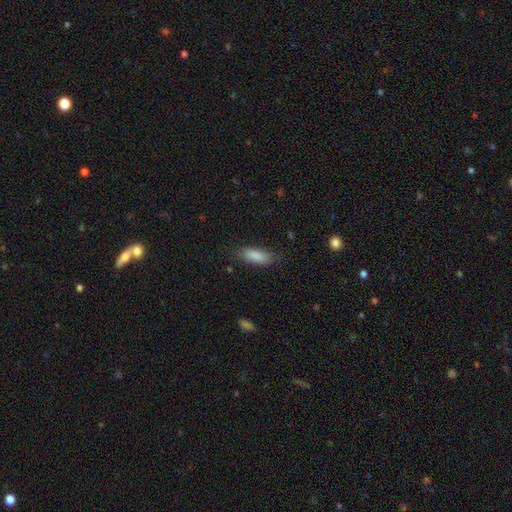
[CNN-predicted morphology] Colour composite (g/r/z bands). It shows a smooth galaxy with no disk features (87%) that is in between round and cigar-shaped (71%). Merging: none (80%).